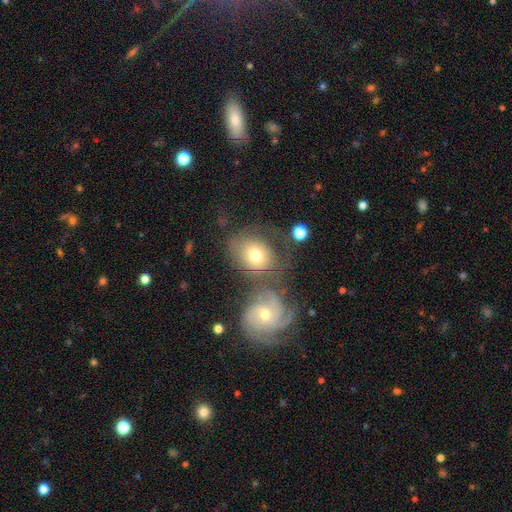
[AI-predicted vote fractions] A smooth galaxy with no disk features (52%) that is round (53%).

Vote fractions:
- Smooth or featured? smooth: 52% / featured or disk: 39% / star or artifact: 9%
- How rounded? round: 53% / in between: 46% / cigar-shaped: 1%
- Merging? none: 40% / merger: 34% / minor disturbance: 15% / major disturbance: 10%